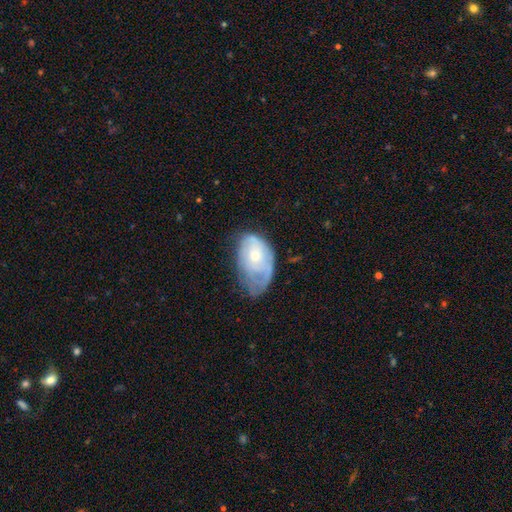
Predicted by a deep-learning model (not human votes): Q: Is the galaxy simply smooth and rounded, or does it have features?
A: featured or disk — 52%.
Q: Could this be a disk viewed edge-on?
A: no — 94%.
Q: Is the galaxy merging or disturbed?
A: minor disturbance — 39%.